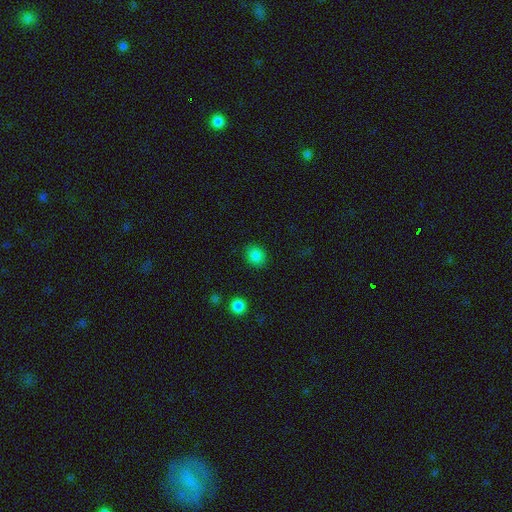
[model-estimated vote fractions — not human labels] A smooth galaxy with no disk features (85%) that is round (75%). Merging: none (89%).